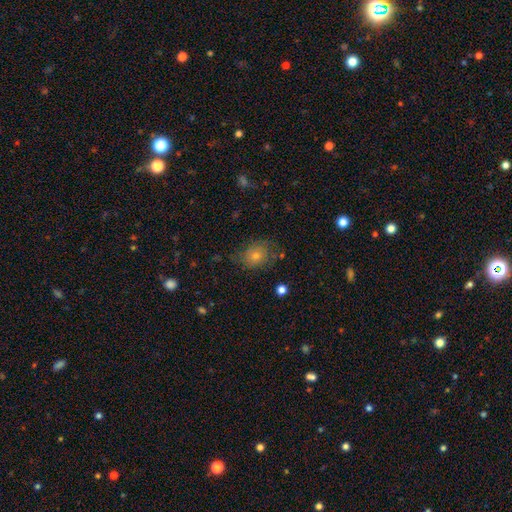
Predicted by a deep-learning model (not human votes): Overall: smooth (63%). How rounded: round (59%; in between 39%). Merging: none (72%).